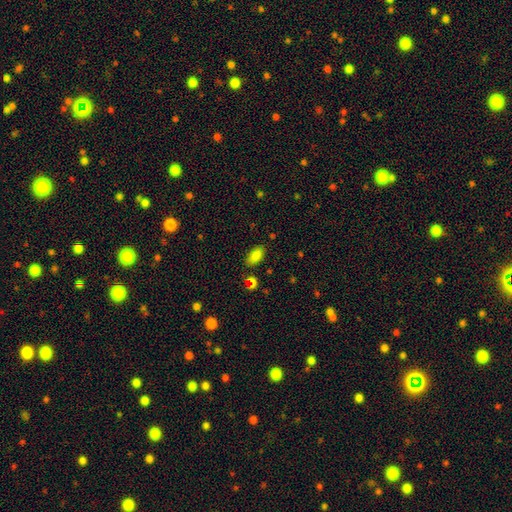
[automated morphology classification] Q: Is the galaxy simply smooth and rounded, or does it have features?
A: smooth — 82%.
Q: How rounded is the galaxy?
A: in between — 91%.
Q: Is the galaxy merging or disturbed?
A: none — 82%.